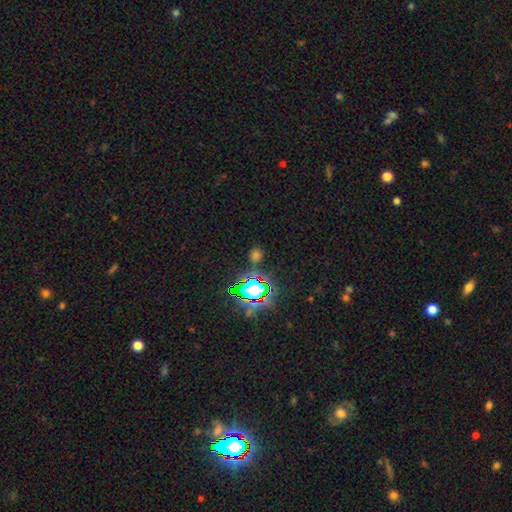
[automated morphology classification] smooth-or-featured: star or artifact: 49% | smooth: 44% | featured or disk: 7%